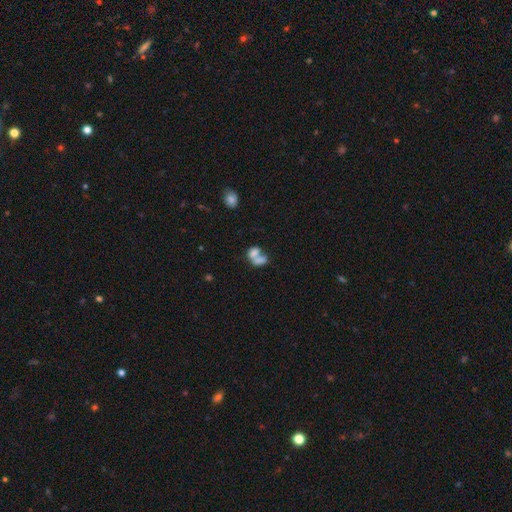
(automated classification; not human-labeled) Morphology: type=smooth (68%); roundness=in between (74%); merging=merger (68%).